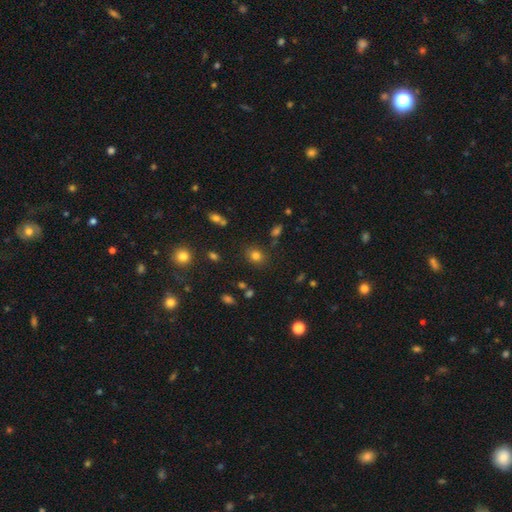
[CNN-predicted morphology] Smooth or featured?
  - smooth: 77% *
  - star or artifact: 16%
  - featured or disk: 7%
How rounded?
  - round: 60% *
  - in between: 39%
  - cigar-shaped: 1%
Merging?
  - none: 81% *
  - minor disturbance: 12%
  - merger: 4%
  - major disturbance: 4%